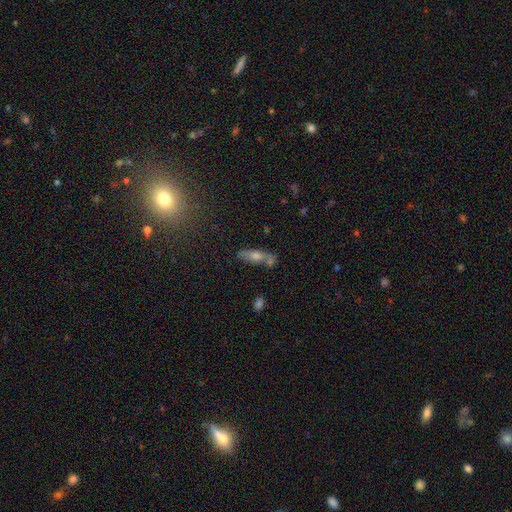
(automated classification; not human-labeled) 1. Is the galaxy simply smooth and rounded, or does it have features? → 55% smooth, 33% featured or disk, 12% star or artifact.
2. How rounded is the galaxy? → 53% in between, 42% cigar-shaped, 5% round.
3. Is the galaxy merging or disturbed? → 57% none, 22% merger, 15% minor disturbance, 6% major disturbance.